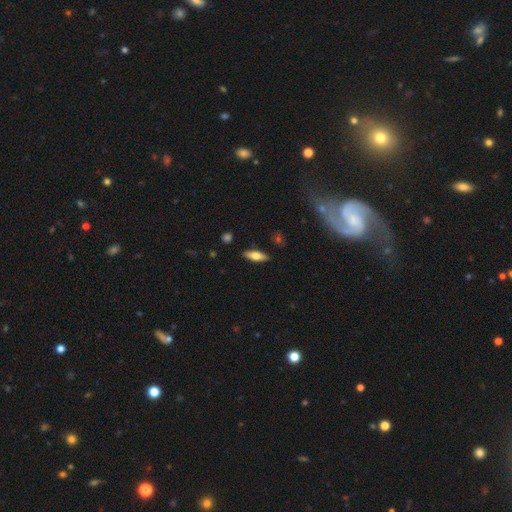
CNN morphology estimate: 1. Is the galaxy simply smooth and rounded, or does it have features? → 59% smooth, 34% featured or disk, 7% star or artifact.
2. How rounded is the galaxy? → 57% in between, 40% cigar-shaped, 3% round.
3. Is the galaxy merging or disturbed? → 87% none, 9% minor disturbance, 2% major disturbance, 2% merger.